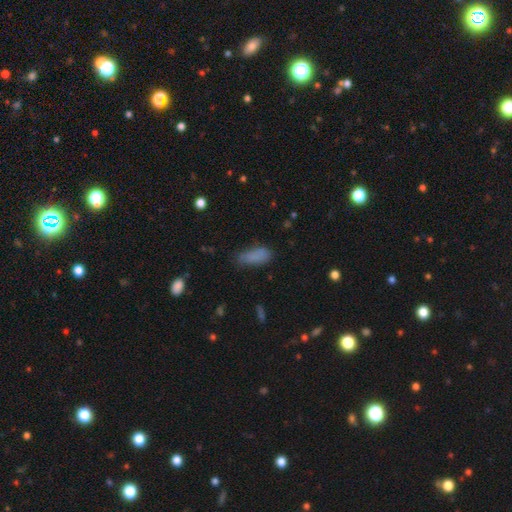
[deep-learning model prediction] Overall: smooth (83%). How rounded: in between (73%). Merging: none (62%; minor disturbance 27%).